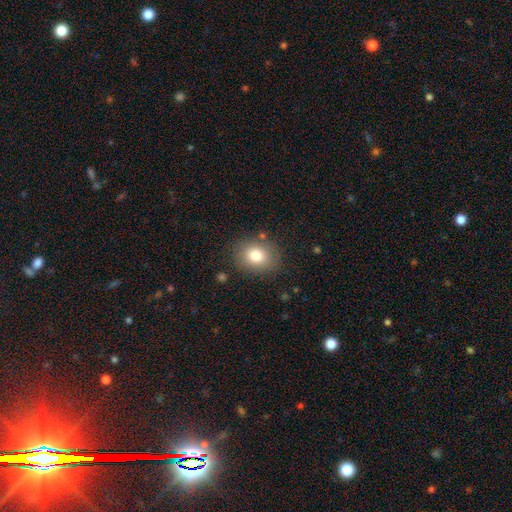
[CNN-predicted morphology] This appears to be a smooth galaxy with no disk features (81%) that is round (54%). Merging: none (83%).